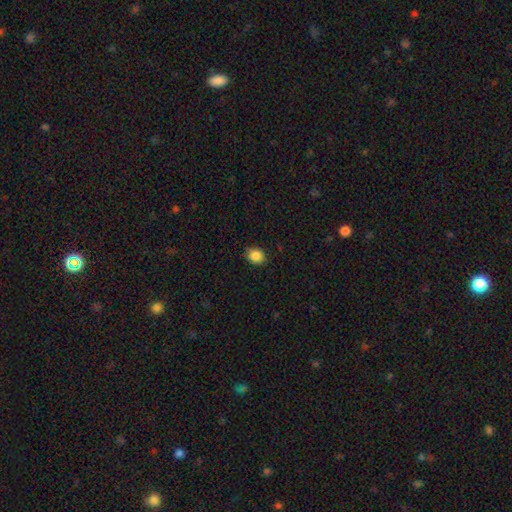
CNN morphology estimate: smooth_or_featured: smooth (p=0.87) [alt: star or artifact p=0.09]
how_rounded: round (p=0.52) [alt: in between p=0.47]
merging: none (p=0.85) [alt: minor disturbance p=0.11]